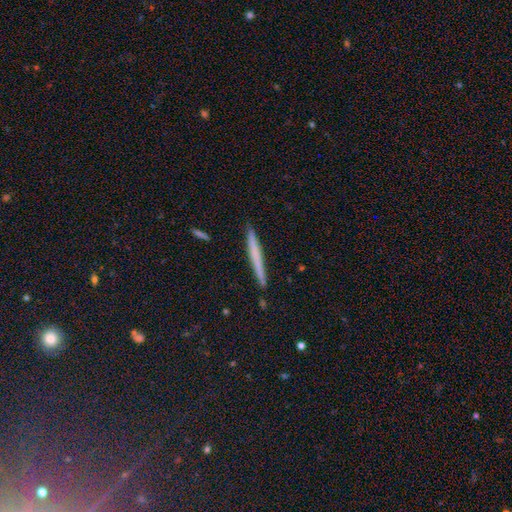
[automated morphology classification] A smooth galaxy with no disk features (56%) that is cigar-shaped (97%). Merging: none (91%).